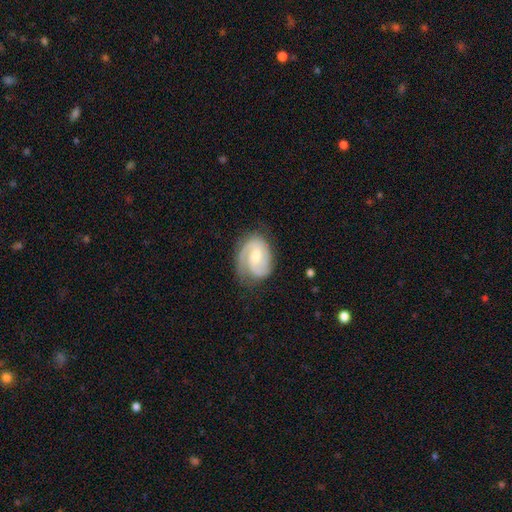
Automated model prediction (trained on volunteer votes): A featured or disk galaxy (83%) with no bar (55%), 2 (65%) tight (46%) spiral arms (96%) and a moderate central bulge (54%). Merging: none (70%).